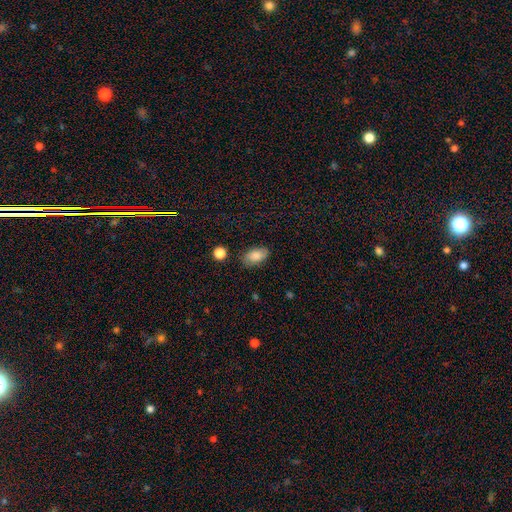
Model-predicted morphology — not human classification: Smooth or featured?
  - smooth: 83% *
  - featured or disk: 9%
  - star or artifact: 8%
How rounded?
  - in between: 93% *
  - round: 5%
  - cigar-shaped: 2%
Merging?
  - none: 81% *
  - minor disturbance: 14%
  - major disturbance: 3%
  - merger: 2%